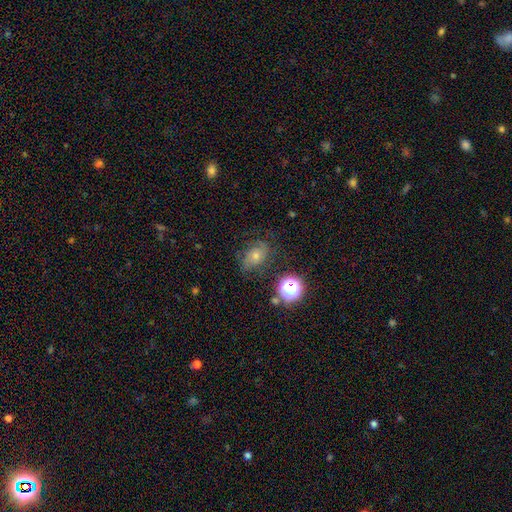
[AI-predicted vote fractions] Overall: featured or disk (36%; smooth 35%). Merging: none (69%).